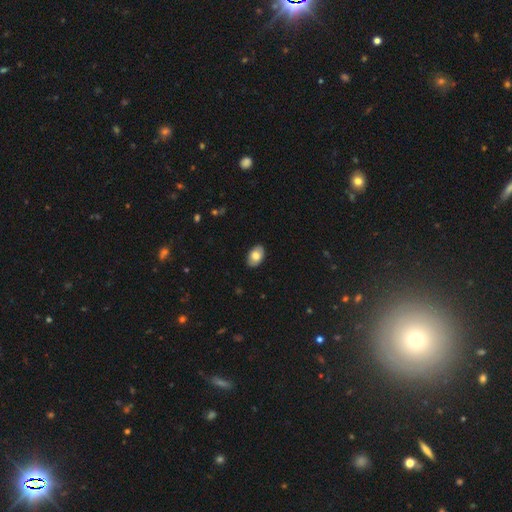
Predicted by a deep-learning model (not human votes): Overall: smooth (79%). How rounded: in between (92%). Merging: none (89%).